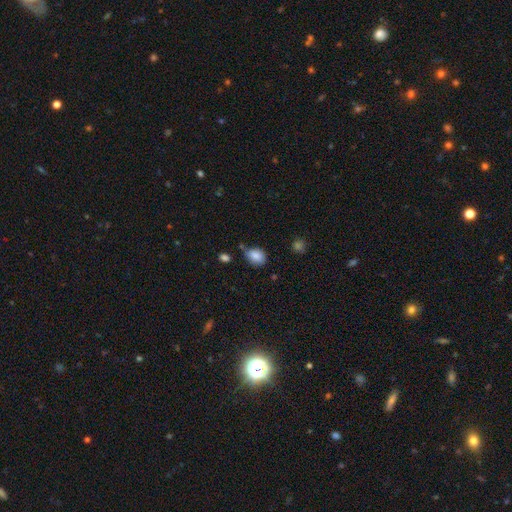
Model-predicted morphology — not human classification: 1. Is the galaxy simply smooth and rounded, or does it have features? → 85% smooth, 9% star or artifact, 6% featured or disk.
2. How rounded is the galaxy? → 65% in between, 34% round, 1% cigar-shaped.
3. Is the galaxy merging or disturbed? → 57% none, 30% minor disturbance, 7% merger, 6% major disturbance.